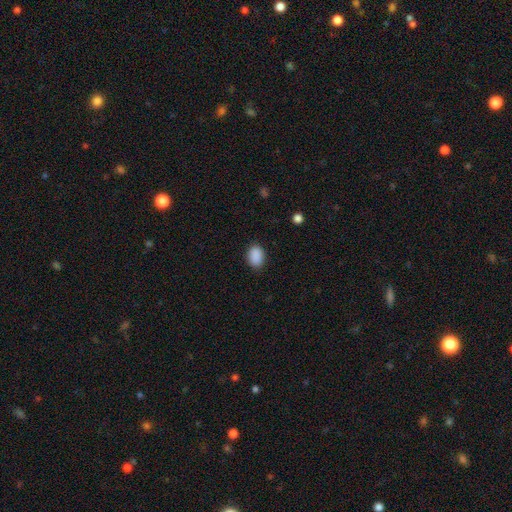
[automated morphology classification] smooth 90%, star or artifact 8%, featured or disk 2%. Down the decision tree: how rounded — in between (79%); merging — none (87%).